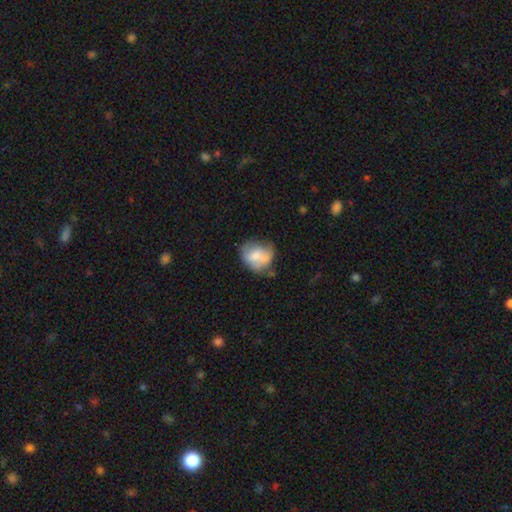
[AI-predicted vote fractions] This appears to be a smooth galaxy with no disk features (60%) that is round (59%). Merging: none (41%).